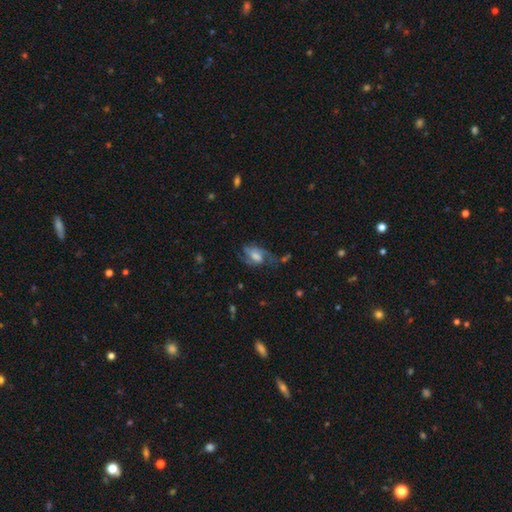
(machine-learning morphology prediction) Overall: featured or disk (69%). Edge-on disk: no (96%). Bar: weak (47%; no 35%). Spiral arms: yes (89%). Spiral arm count: 2 (68%). Spiral winding: medium (46%; loose 35%). Bulge size: moderate (38%; large 25%). Merging: none (50%; major disturbance 24%).